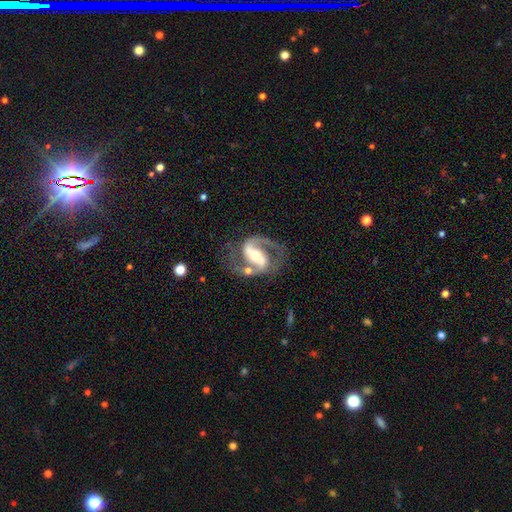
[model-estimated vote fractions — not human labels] featured or disk 91%, smooth 5%, star or artifact 4%. Down the decision tree: edge-on disk — no (97%); bar — strong (56%); spiral arms — yes (97%); spiral arm count — 2 (89%); spiral winding — medium (59%); bulge size — moderate (62%); merging — none (69%).